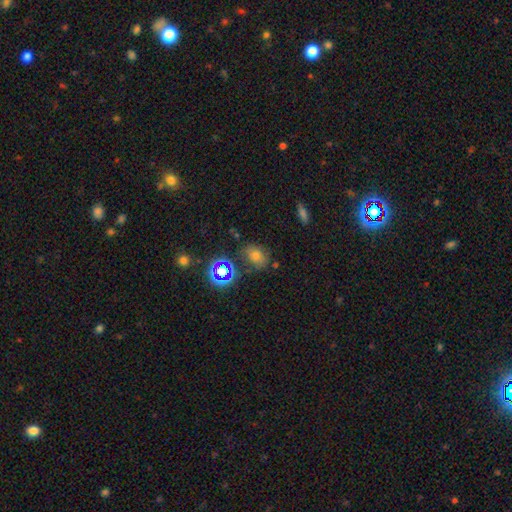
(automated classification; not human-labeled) smooth_or_featured: smooth (p=0.55) [alt: star or artifact p=0.32]
how_rounded: in between (p=0.61) [alt: round p=0.37]
merging: none (p=0.72) [alt: minor disturbance p=0.16]